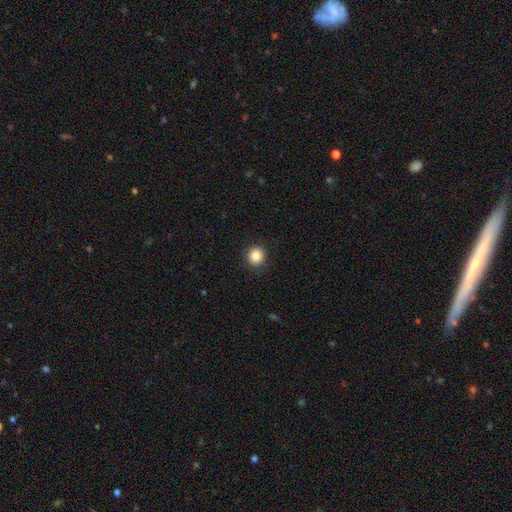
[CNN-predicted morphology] The model was most divided on "smooth or featured": smooth: 87%, star or artifact: 10%, featured or disk: 4%. More confident: how rounded — round (88%); merging — none (88%).